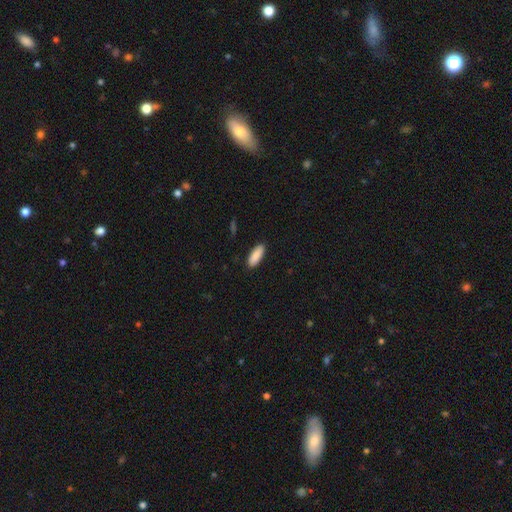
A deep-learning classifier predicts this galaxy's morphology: Smooth or featured: smooth — 90% (star or artifact — 6%)
How rounded: in between — 67% (cigar-shaped — 32%)
Merging: none — 89% (minor disturbance — 8%)